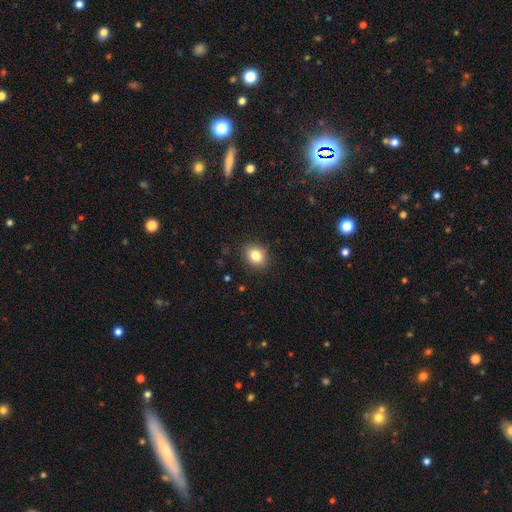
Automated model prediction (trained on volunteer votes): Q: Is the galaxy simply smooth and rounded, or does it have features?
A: smooth — 83%.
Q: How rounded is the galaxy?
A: round — 56%.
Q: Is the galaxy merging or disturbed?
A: none — 88%.